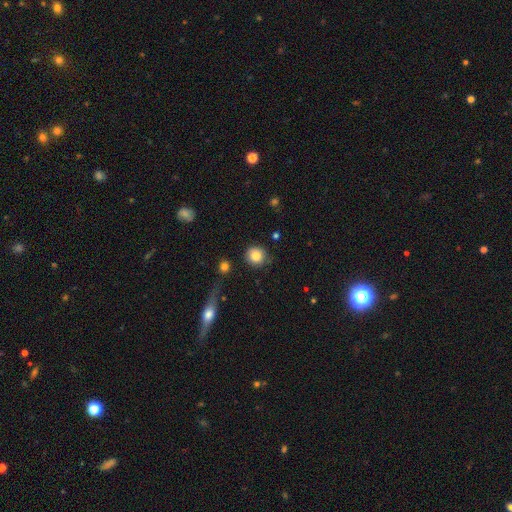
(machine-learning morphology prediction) Q: Smooth or featured?
A: smooth (85%); runner-up: star or artifact (9%)
Q: How rounded?
A: round (89%); runner-up: in between (9%)
Q: Merging?
A: none (80%); runner-up: minor disturbance (12%)